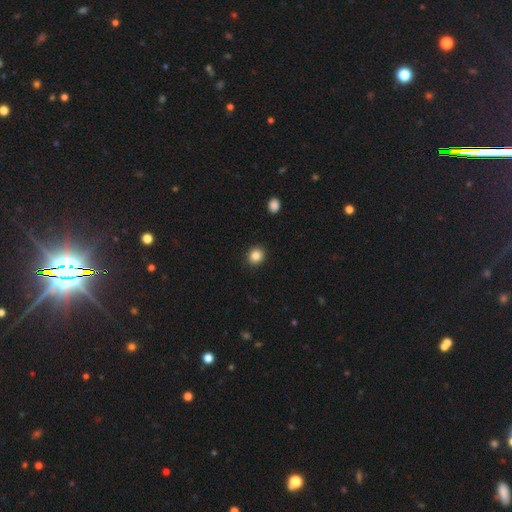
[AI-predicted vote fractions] smooth_or_featured: smooth (p=0.86) [alt: star or artifact p=0.10]
how_rounded: round (p=0.76) [alt: in between p=0.23]
merging: none (p=0.90) [alt: minor disturbance p=0.07]